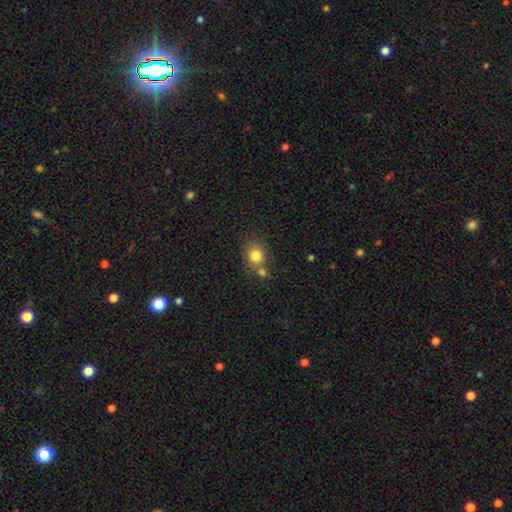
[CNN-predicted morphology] Smooth or featured: smooth — 81% (star or artifact — 11%)
How rounded: round — 74% (in between — 25%)
Merging: none — 57% (merger — 26%)